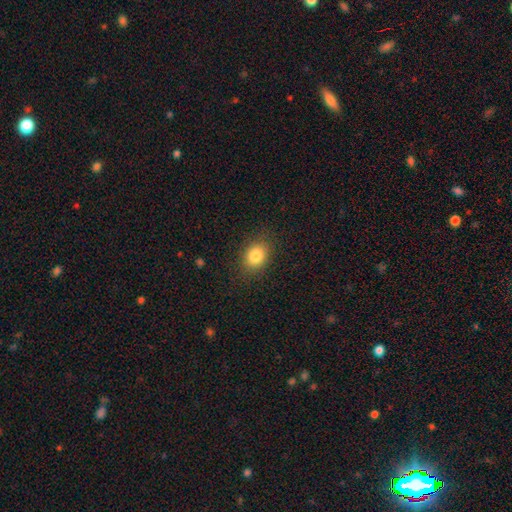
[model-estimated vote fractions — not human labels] A smooth galaxy with no disk features (84%) that is in between round and cigar-shaped (59%). Merging: none (86%).